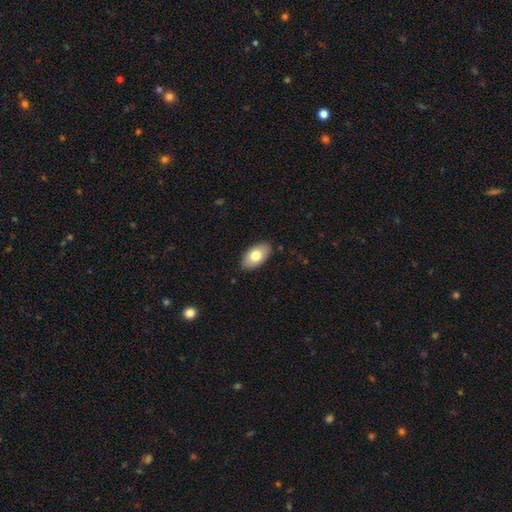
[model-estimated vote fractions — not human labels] smooth_or_featured: smooth (p=0.76) [alt: featured or disk p=0.17]
how_rounded: in between (p=0.94) [alt: round p=0.04]
merging: none (p=0.87) [alt: minor disturbance p=0.10]